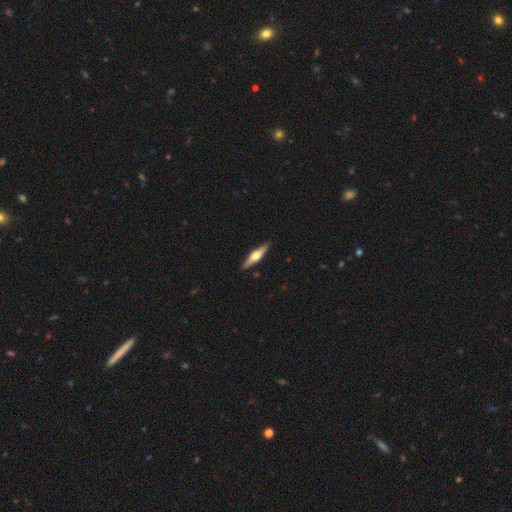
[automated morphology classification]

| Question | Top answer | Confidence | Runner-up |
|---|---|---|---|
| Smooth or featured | featured or disk | 66% | smooth (29%) |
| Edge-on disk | yes | 97% | no (3%) |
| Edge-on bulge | rounded | 93% | boxy (5%) |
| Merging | none | 90% | minor disturbance (7%) |